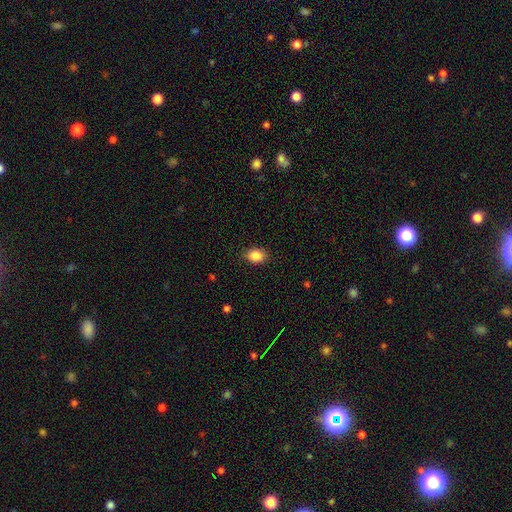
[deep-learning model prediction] smooth 87%, star or artifact 8%, featured or disk 5%. Down the decision tree: how rounded — in between (76%); merging — none (87%).